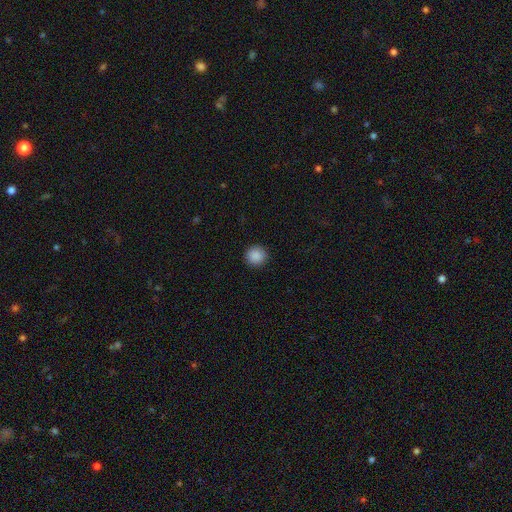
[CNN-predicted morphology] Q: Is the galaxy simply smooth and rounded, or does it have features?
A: smooth — 89%.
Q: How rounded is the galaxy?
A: round — 94%.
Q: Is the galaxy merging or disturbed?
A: none — 92%.